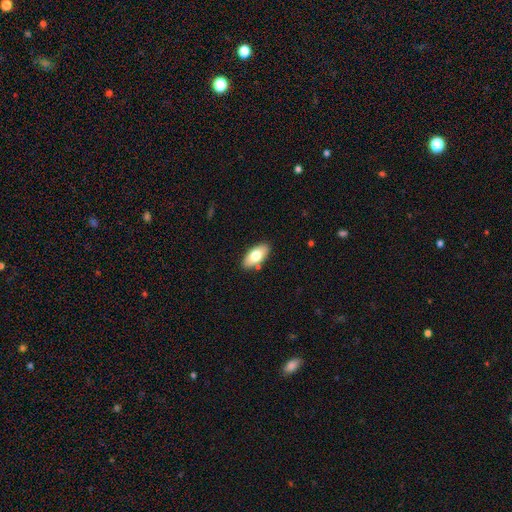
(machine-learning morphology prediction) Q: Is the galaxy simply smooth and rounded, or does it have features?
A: smooth — 73%.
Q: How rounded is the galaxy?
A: in between — 90%.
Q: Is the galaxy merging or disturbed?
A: none — 86%.